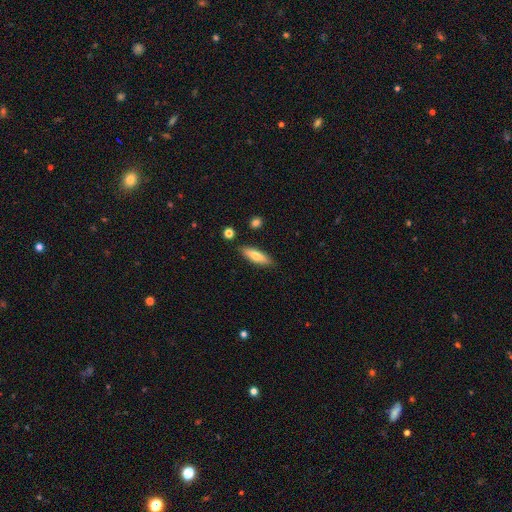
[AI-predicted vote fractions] Q: Smooth or featured?
A: smooth (65%); runner-up: featured or disk (28%)
Q: How rounded?
A: cigar-shaped (56%); runner-up: in between (42%)
Q: Merging?
A: none (86%); runner-up: minor disturbance (10%)